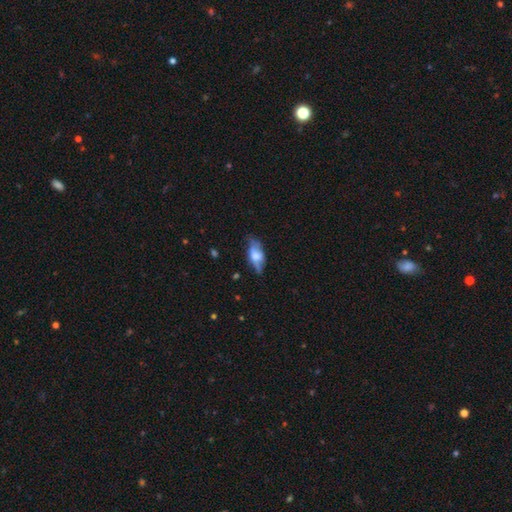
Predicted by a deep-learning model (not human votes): Smooth or featured: featured or disk — 51% (smooth — 41%)
Edge-on disk: yes — 73% (no — 27%)
Merging: none — 65% (minor disturbance — 25%)